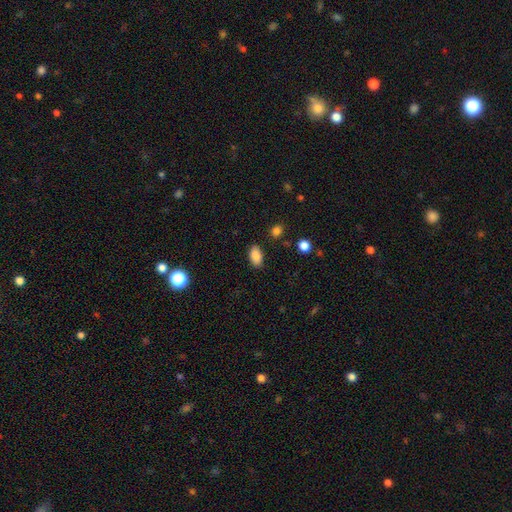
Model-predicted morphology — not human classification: This is clearly a smooth galaxy (86%). How rounded: clearly in between (91%). Merging: clearly none (84%).